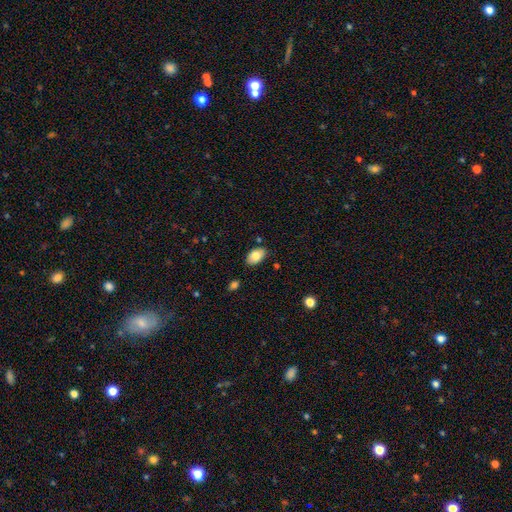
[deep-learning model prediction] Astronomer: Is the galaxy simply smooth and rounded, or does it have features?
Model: smooth — 81%.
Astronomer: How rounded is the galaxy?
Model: in between — 92%.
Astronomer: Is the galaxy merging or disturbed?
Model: none — 84%.